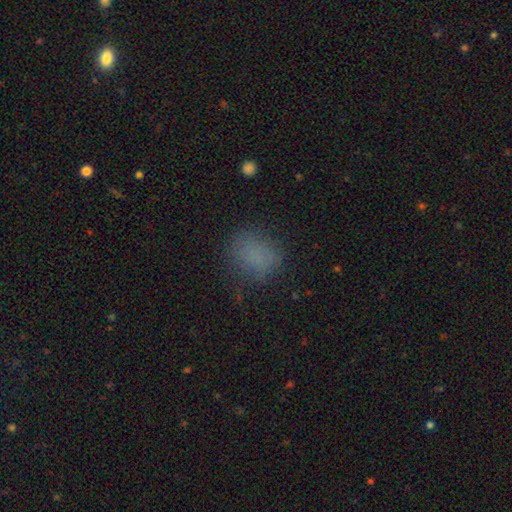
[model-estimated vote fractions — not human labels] smooth 77%, star or artifact 16%, featured or disk 7%. Down the decision tree: how rounded — round (51%); merging — none (72%).